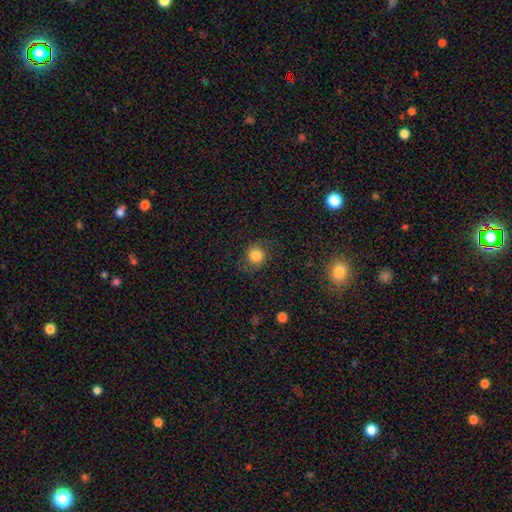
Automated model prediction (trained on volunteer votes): Smooth or featured: smooth — 78% (featured or disk — 11%)
How rounded: round — 87% (in between — 12%)
Merging: none — 77% (minor disturbance — 15%)